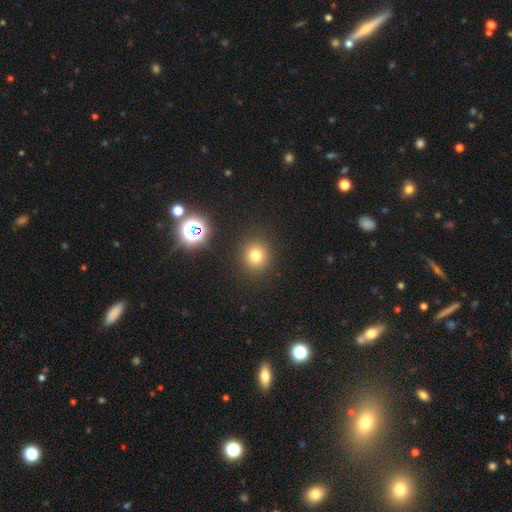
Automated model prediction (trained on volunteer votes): smooth 75%, star or artifact 18%, featured or disk 8%. Down the decision tree: how rounded — round (89%); merging — none (89%).